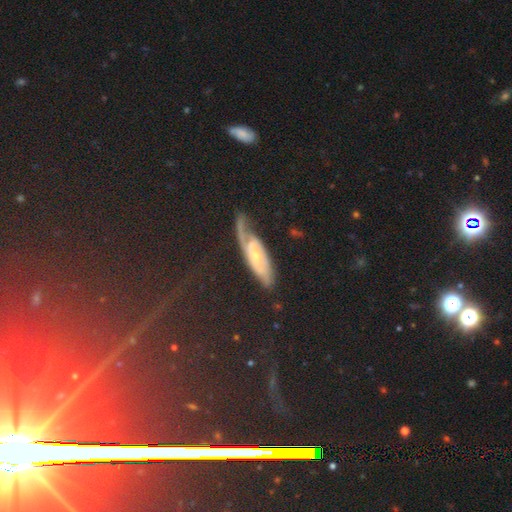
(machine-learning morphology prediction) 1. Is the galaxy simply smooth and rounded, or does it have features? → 45% featured or disk, 29% star or artifact, 26% smooth.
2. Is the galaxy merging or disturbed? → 63% none, 23% minor disturbance, 11% major disturbance, 4% merger.